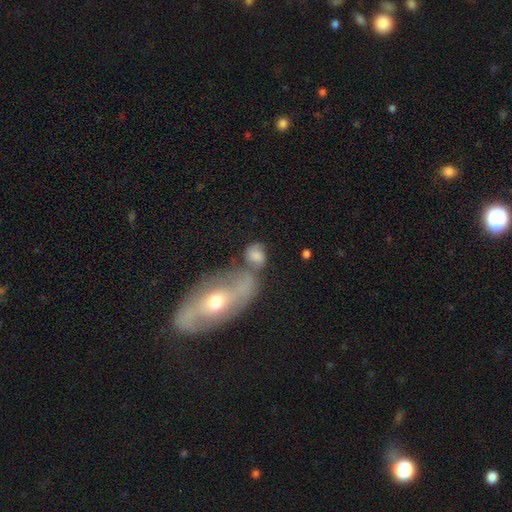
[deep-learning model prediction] Smooth or featured: smooth — 59% (featured or disk — 30%)
How rounded: in between — 54% (round — 43%)
Merging: merger — 41% (none — 32%)